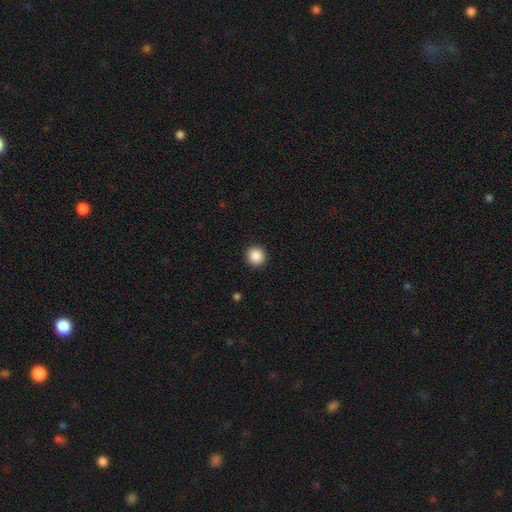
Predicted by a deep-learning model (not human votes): Smooth or featured? Predicted: smooth (p=0.88). How rounded? Predicted: round (p=0.92). Merging? Predicted: none (p=0.93).